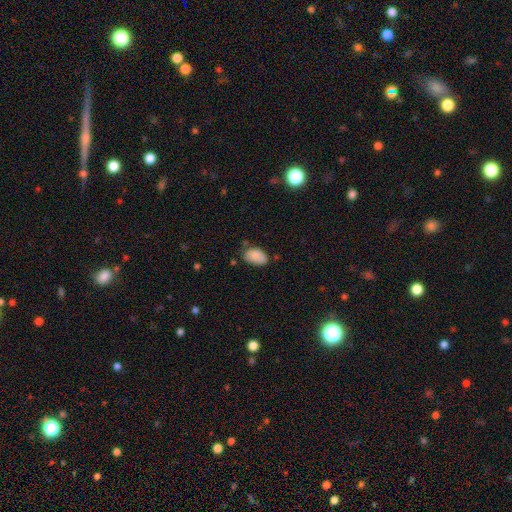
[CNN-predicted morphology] Smooth or featured: smooth — 86% (star or artifact — 8%)
How rounded: in between — 90% (round — 8%)
Merging: none — 64% (minor disturbance — 27%)